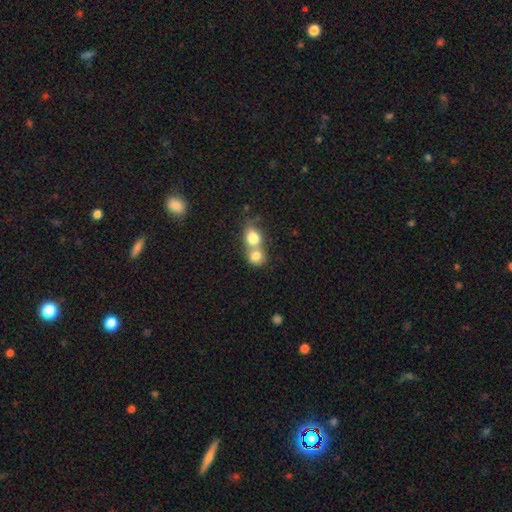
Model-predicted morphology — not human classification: This is likely a smooth galaxy (79%). How rounded: likely round (69%). Merging: likely merger (68%).